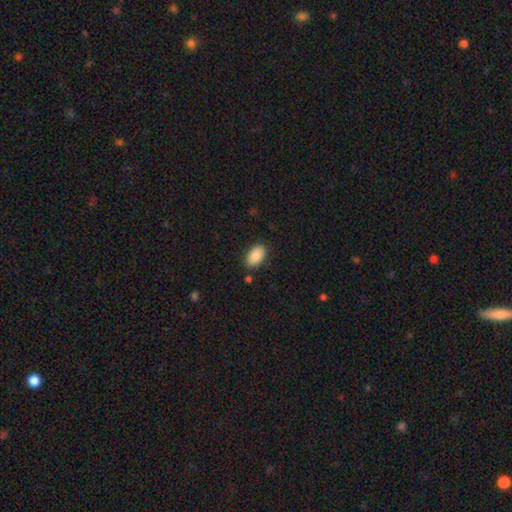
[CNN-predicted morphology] A smooth galaxy with no disk features (86%) that is in between round and cigar-shaped (91%). Merging: none (84%).